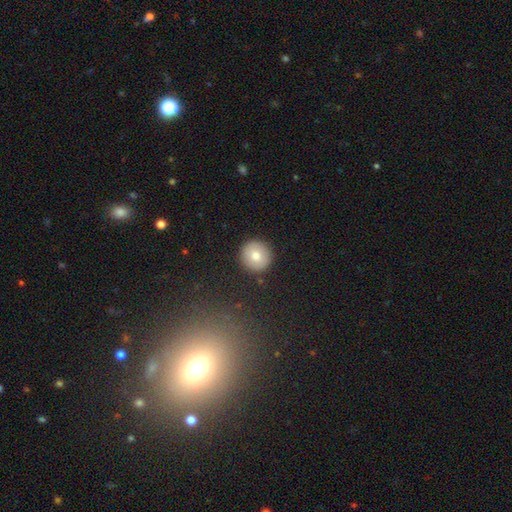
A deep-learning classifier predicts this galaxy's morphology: smooth_or_featured: smooth (p=0.78) [alt: featured or disk p=0.14]
how_rounded: round (p=0.94) [alt: in between p=0.05]
merging: none (p=0.91) [alt: minor disturbance p=0.06]